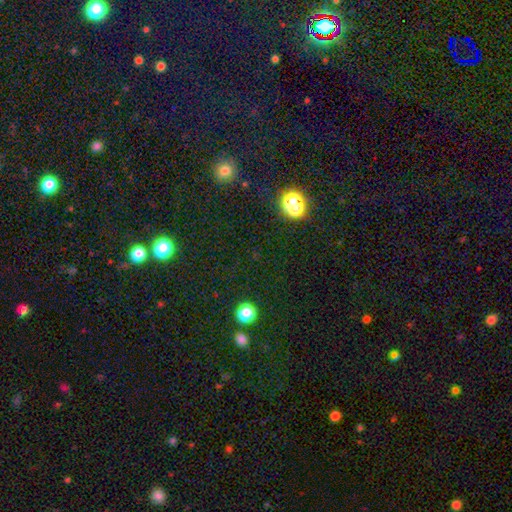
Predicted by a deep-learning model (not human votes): This is likely a star or artifact rather than a galaxy (65%).